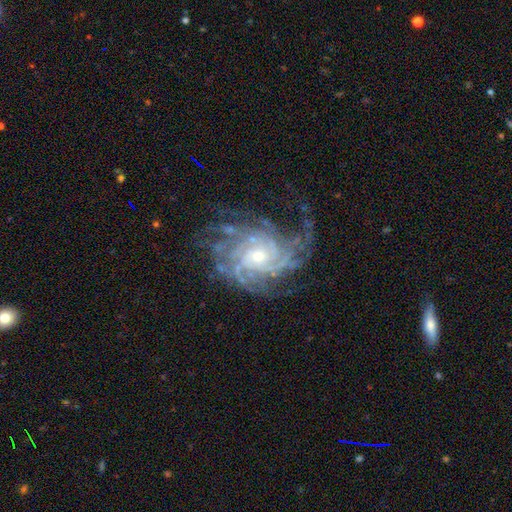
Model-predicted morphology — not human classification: Overall: featured or disk (89%). Edge-on disk: no (97%). Bar: no (70%). Spiral arms: yes (98%). Spiral arm count: more than 4 (26%; can't tell 23%). Spiral winding: tight (66%; medium 28%). Bulge size: small (64%; moderate 32%). Merging: none (65%).